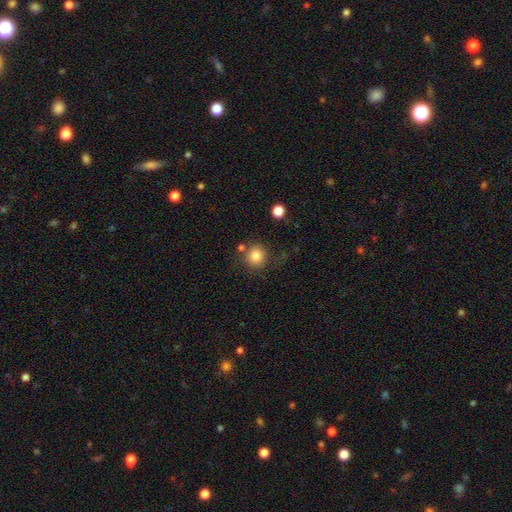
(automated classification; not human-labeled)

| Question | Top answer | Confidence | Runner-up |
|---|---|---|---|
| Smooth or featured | smooth | 83% | star or artifact (11%) |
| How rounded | round | 89% | in between (10%) |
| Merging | none | 76% | minor disturbance (11%) |